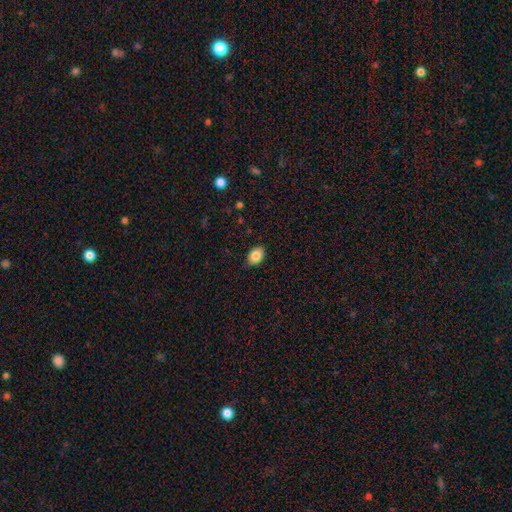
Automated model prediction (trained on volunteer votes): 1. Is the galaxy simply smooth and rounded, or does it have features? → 85% smooth, 8% star or artifact, 7% featured or disk.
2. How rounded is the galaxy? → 81% in between, 18% round, 1% cigar-shaped.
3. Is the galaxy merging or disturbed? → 88% none, 9% minor disturbance, 2% major disturbance, 1% merger.